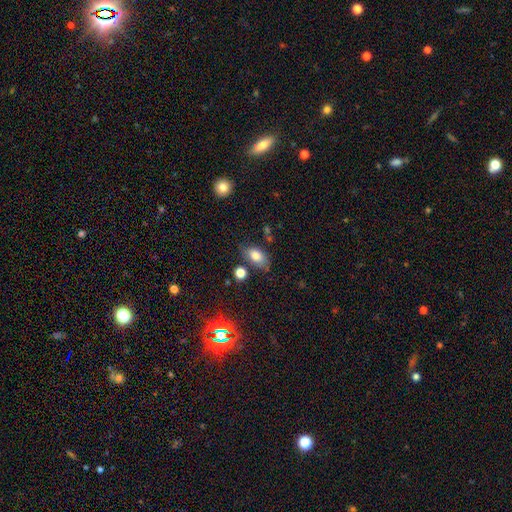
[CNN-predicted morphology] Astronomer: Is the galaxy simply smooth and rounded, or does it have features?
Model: smooth — 80%.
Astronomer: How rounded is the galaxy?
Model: in between — 89%.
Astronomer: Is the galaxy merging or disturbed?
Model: none — 69%.